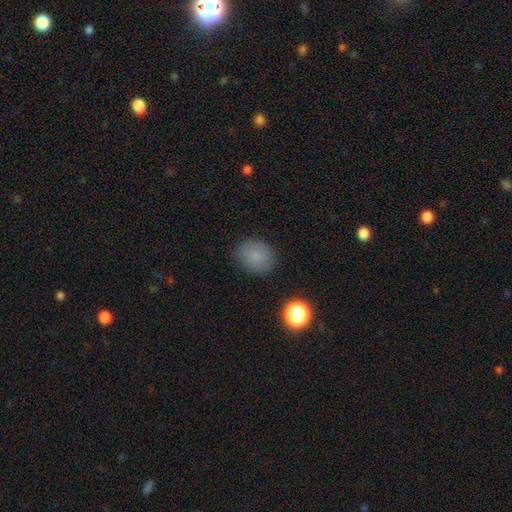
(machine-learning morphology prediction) smooth 80%, star or artifact 13%, featured or disk 7%. Down the decision tree: how rounded — round (58%); merging — none (83%).